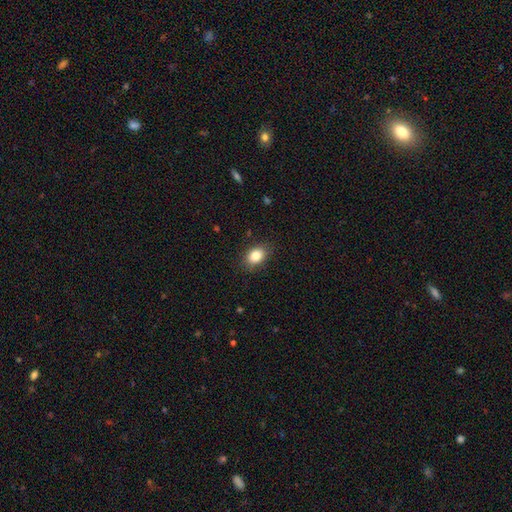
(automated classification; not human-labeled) Smooth or featured?
  - smooth: 85% *
  - star or artifact: 9%
  - featured or disk: 7%
How rounded?
  - in between: 74% *
  - round: 25%
  - cigar-shaped: 1%
Merging?
  - none: 84% *
  - minor disturbance: 12%
  - major disturbance: 3%
  - merger: 1%